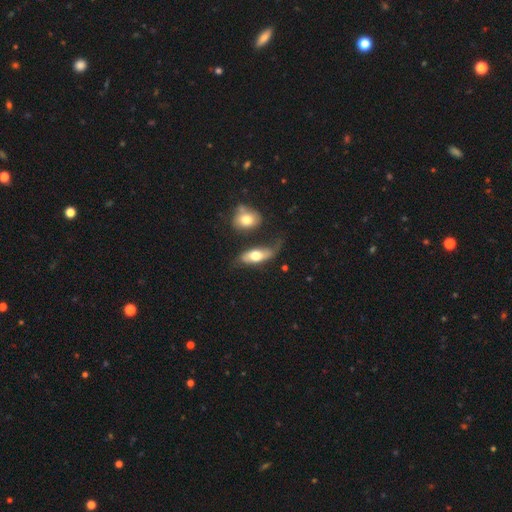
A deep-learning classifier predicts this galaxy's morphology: smooth_or_featured: smooth (p=0.56) [alt: featured or disk p=0.38]
how_rounded: in between (p=0.76) [alt: cigar-shaped p=0.19]
merging: none (p=0.41) [alt: minor disturbance p=0.27]